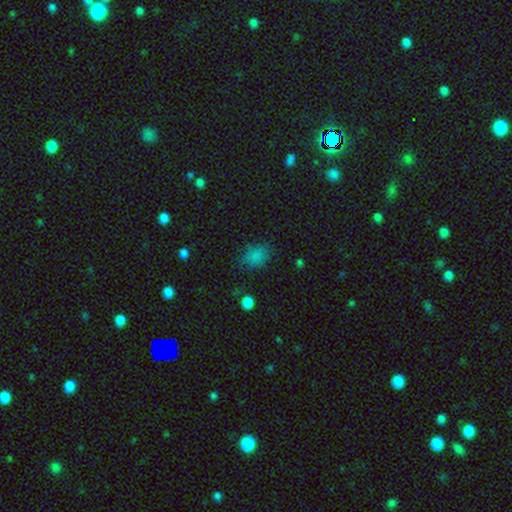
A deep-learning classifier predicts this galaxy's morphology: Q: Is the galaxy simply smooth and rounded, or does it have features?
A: smooth — 79%.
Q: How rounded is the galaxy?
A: in between — 66%.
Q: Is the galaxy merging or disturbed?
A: none — 70%.